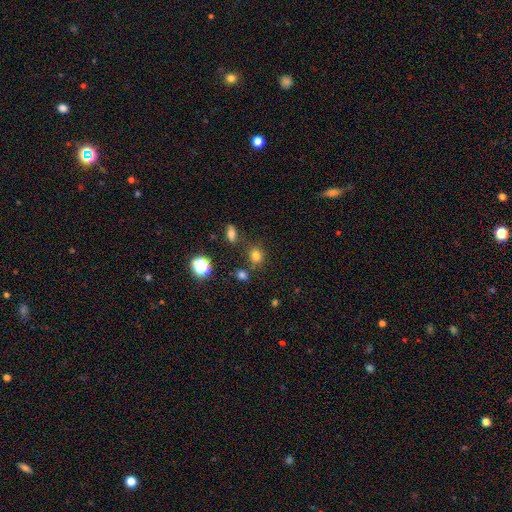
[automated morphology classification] Smooth or featured? smooth (75%)
How rounded? round (72%)
Merging? none (74%)